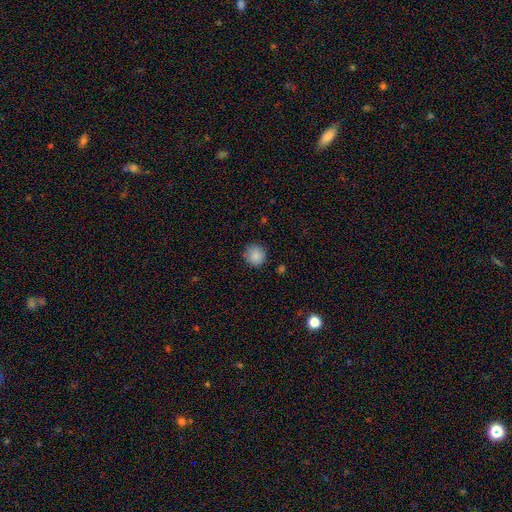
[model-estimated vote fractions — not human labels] smooth-or-featured: smooth: 88% | star or artifact: 8% | featured or disk: 4%
  how-rounded: round: 92% | in between: 7% | cigar-shaped: 1%
  merging: none: 88% | minor disturbance: 9% | major disturbance: 2% | merger: 1%